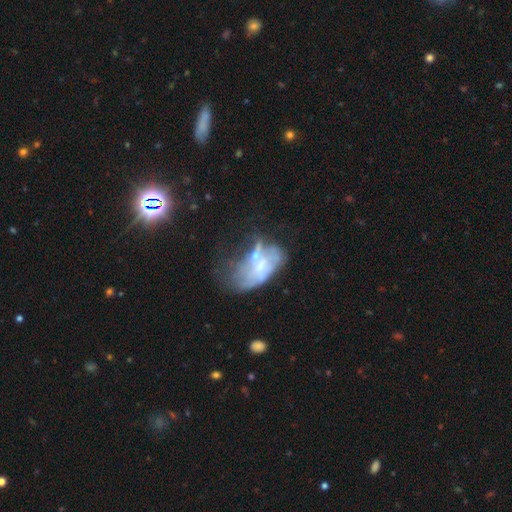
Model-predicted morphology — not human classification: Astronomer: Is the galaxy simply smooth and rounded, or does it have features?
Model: featured or disk — 55% (runner-up: smooth, 34%).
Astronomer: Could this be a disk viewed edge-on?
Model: no — 94%.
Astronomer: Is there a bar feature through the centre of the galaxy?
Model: no — 73%.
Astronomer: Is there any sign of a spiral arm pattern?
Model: no — 81%.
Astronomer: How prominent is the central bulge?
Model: small — 35% (runner-up: moderate, 32%).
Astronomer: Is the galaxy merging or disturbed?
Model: major disturbance — 36% (runner-up: merger, 24%).